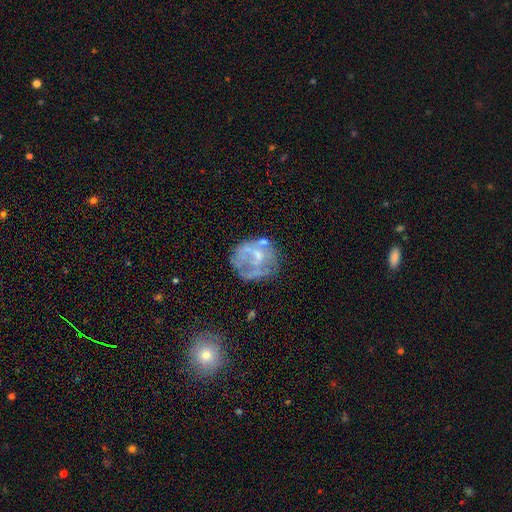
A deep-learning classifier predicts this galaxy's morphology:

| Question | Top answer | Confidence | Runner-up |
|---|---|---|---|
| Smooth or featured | featured or disk | 59% | smooth (31%) |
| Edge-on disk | no | 98% | yes (2%) |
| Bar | no | 73% | weak (22%) |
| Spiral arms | no | 75% | yes (25%) |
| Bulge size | small | 35% | none (31%) |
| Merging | none | 50% | major disturbance (22%) |